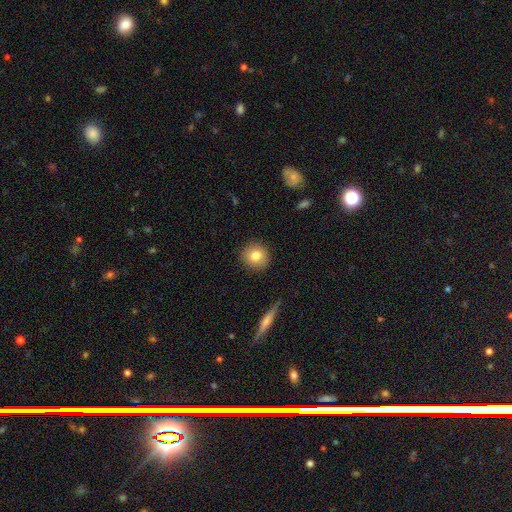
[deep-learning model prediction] Smooth or featured?
  - smooth: 80% *
  - featured or disk: 11%
  - star or artifact: 9%
How rounded?
  - round: 91% *
  - in between: 8%
  - cigar-shaped: 1%
Merging?
  - none: 90% *
  - minor disturbance: 7%
  - major disturbance: 2%
  - merger: 1%